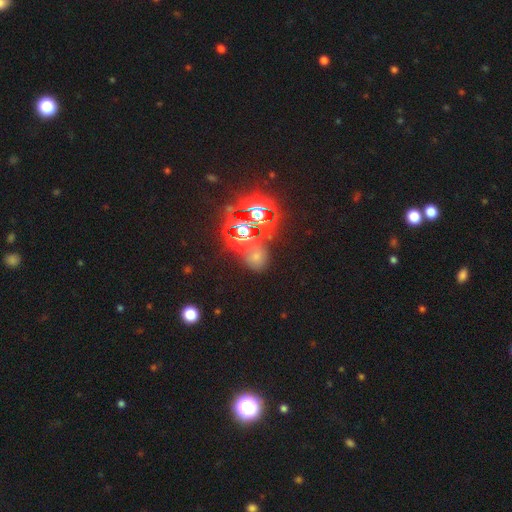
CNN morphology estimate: smooth-or-featured: star or artifact: 54% | smooth: 37% | featured or disk: 9%